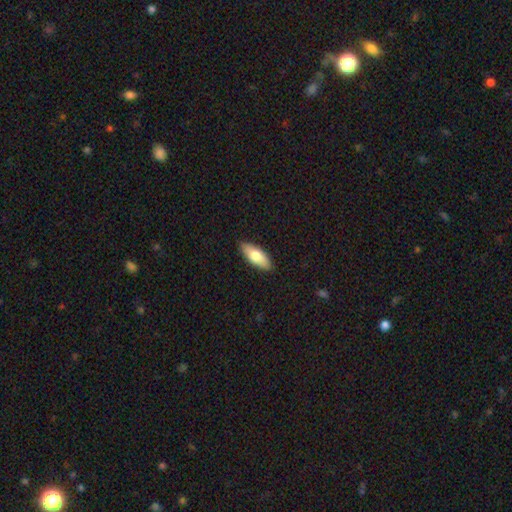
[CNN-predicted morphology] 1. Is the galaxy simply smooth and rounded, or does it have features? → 73% smooth, 21% featured or disk, 5% star or artifact.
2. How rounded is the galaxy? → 74% in between, 24% cigar-shaped, 2% round.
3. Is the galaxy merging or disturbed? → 88% none, 9% minor disturbance, 2% major disturbance, 1% merger.